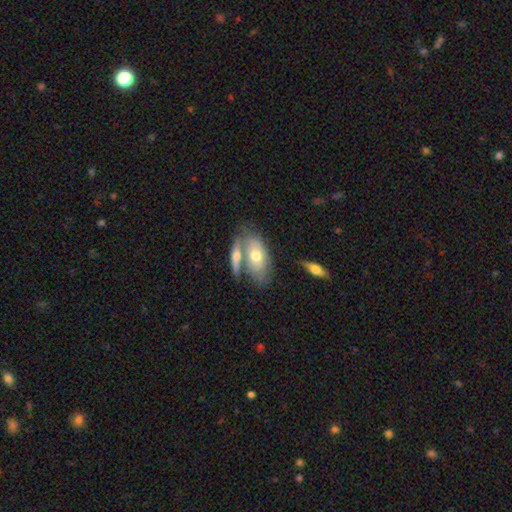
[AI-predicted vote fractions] smooth 59%, featured or disk 35%, star or artifact 6%. Down the decision tree: how rounded — in between (87%); merging — none (41%).